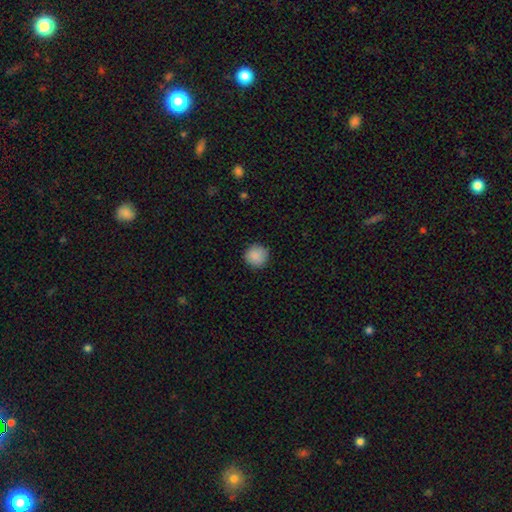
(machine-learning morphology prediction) Smooth or featured?
  - smooth: 89% *
  - star or artifact: 8%
  - featured or disk: 3%
How rounded?
  - round: 94% *
  - in between: 5%
  - cigar-shaped: 1%
Merging?
  - none: 90% *
  - minor disturbance: 7%
  - major disturbance: 2%
  - merger: 1%